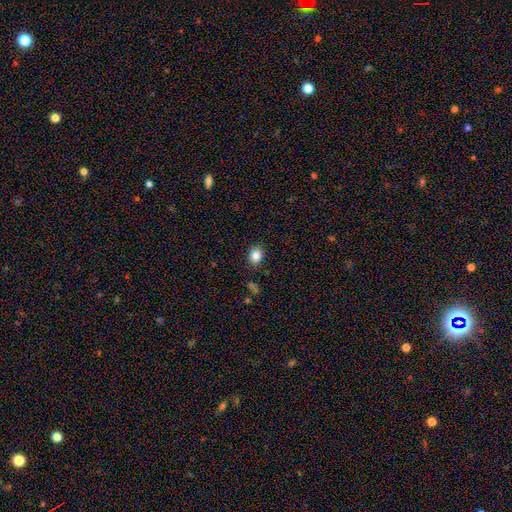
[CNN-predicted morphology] This appears to be a smooth galaxy with no disk features (85%) that is in between round and cigar-shaped (51%). Merging: none (86%).